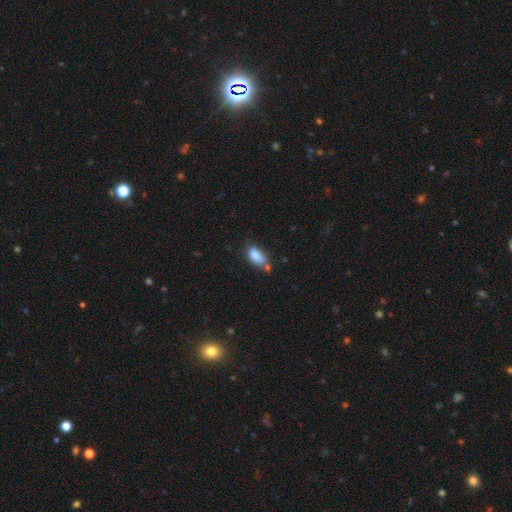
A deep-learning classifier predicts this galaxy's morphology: This appears to be a smooth galaxy with no disk features (84%) that is in between round and cigar-shaped (89%). Merging: none (48%).